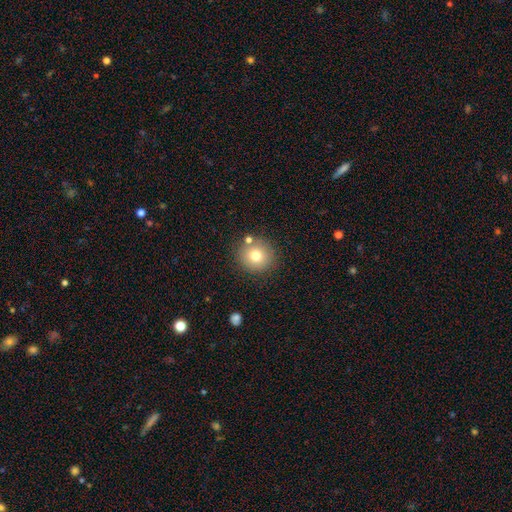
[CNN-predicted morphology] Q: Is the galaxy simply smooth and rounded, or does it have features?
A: smooth — 76%.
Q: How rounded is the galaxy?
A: round — 92%.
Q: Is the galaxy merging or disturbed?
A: none — 81%.